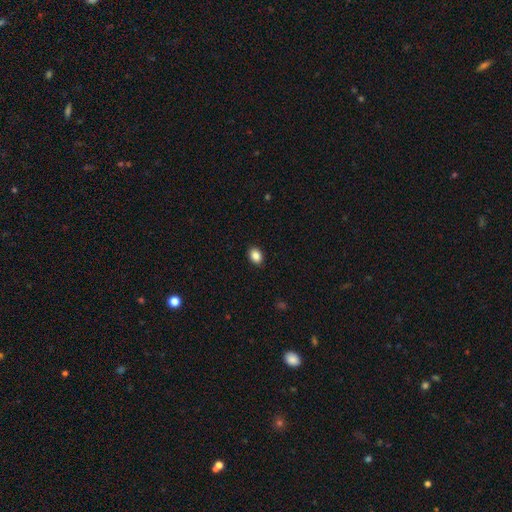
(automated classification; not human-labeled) Smooth or featured: smooth — 87% (star or artifact — 9%)
How rounded: in between — 73% (round — 26%)
Merging: none — 90% (minor disturbance — 7%)